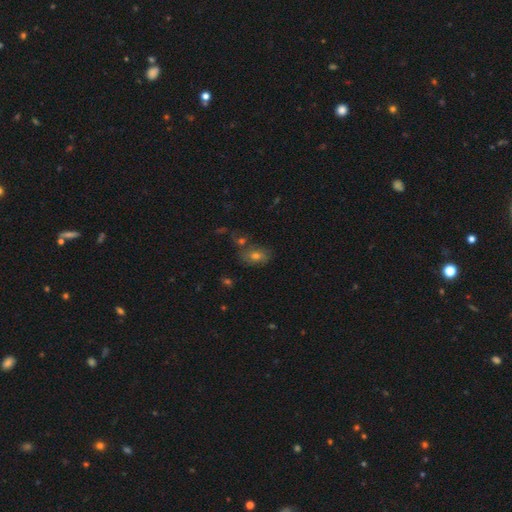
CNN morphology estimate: type=smooth (60%); roundness=in between (76%); merging=none (65%).